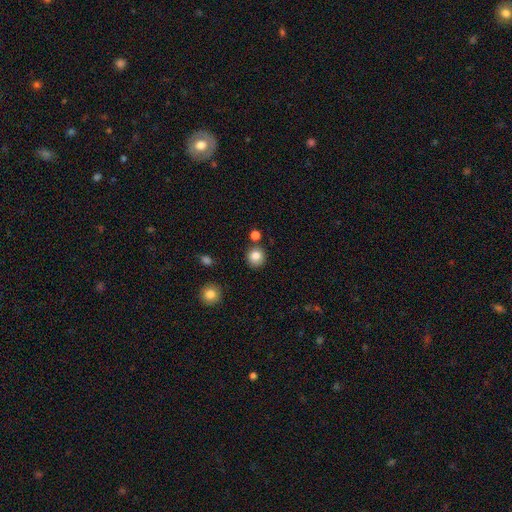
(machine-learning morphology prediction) This is clearly a smooth galaxy (84%). How rounded: clearly round (90%). Merging: clearly none (82%).